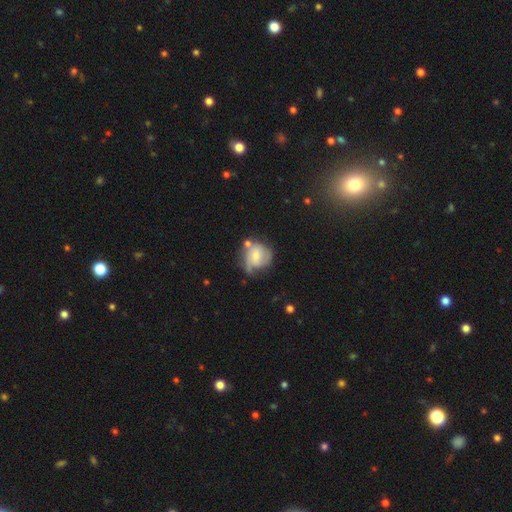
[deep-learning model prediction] smooth-or-featured: featured or disk: 64% | smooth: 29% | star or artifact: 7%
  disk-edge-on: no: 98% | yes: 2%
    bar: no: 53% | weak: 39% | strong: 8%
    has-spiral-arms: yes: 87% | no: 13%
      spiral-winding: tight: 42% | medium: 39% | loose: 19%
      spiral-arm-count: 2: 38% | can't tell: 24% | 1: 22% | 3: 12% | 4: 3% | more than 4: 2%
    bulge-size: small: 48% | moderate: 39% | none: 8% | large: 4% | dominant: 1%
  merging: none: 46% | minor disturbance: 26% | major disturbance: 18% | merger: 10%